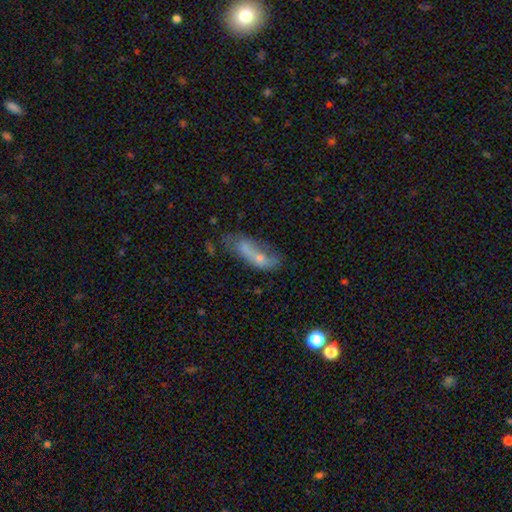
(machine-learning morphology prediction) A smooth galaxy with no disk features (53%) that is in between round and cigar-shaped (57%).

Vote fractions:
- Smooth or featured? smooth: 53% / featured or disk: 36% / star or artifact: 11%
- How rounded? in between: 57% / cigar-shaped: 39% / round: 4%
- Merging? none: 33% / minor disturbance: 24% / major disturbance: 24% / merger: 19%